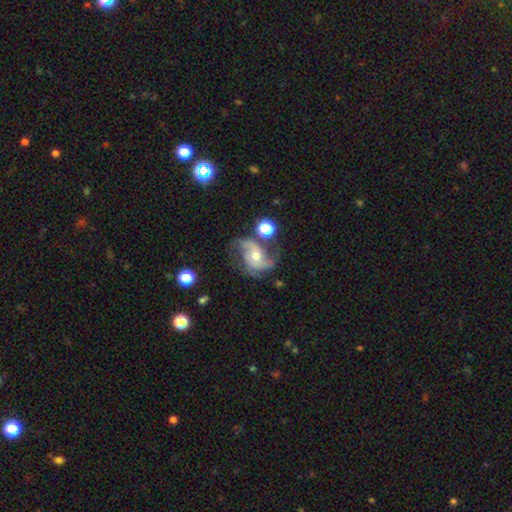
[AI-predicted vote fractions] featured or disk 83%, smooth 10%, star or artifact 7%. Down the decision tree: edge-on disk — no (97%); bar — no (61%); spiral arms — yes (95%); spiral arm count — 2 (60%); spiral winding — medium (46%); bulge size — moderate (62%); merging — none (53%).